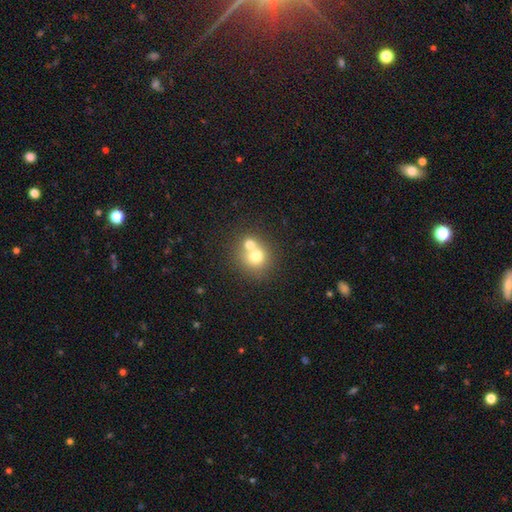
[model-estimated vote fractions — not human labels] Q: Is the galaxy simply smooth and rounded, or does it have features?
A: smooth — 70%.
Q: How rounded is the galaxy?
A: round — 83%.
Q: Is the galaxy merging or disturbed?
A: merger — 56%.